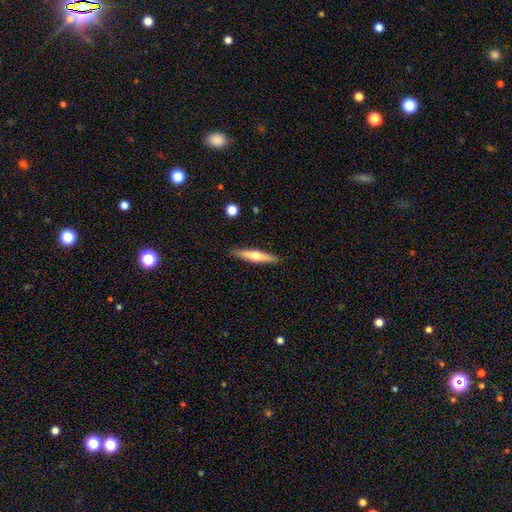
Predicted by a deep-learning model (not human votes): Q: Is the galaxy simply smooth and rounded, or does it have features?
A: featured or disk — 50%.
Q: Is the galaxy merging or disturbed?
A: none — 89%.